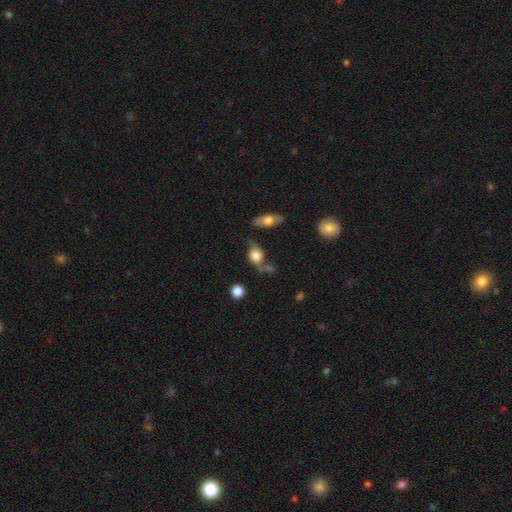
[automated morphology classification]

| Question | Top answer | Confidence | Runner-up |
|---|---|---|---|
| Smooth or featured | smooth | 67% | featured or disk (24%) |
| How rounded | in between | 60% | round (35%) |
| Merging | none | 46% | minor disturbance (23%) |